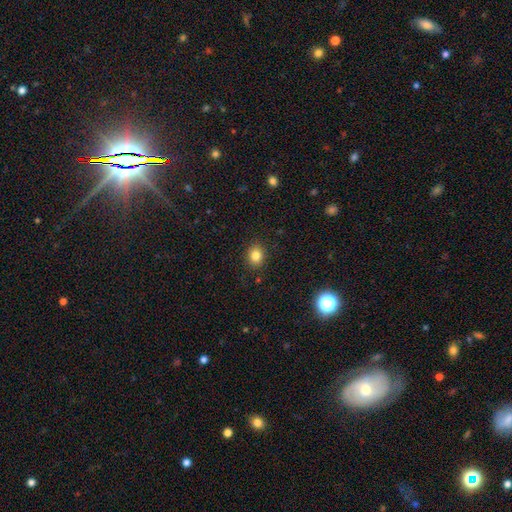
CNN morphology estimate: This appears to be a smooth galaxy with no disk features (82%) that is round (57%). Merging: none (89%).